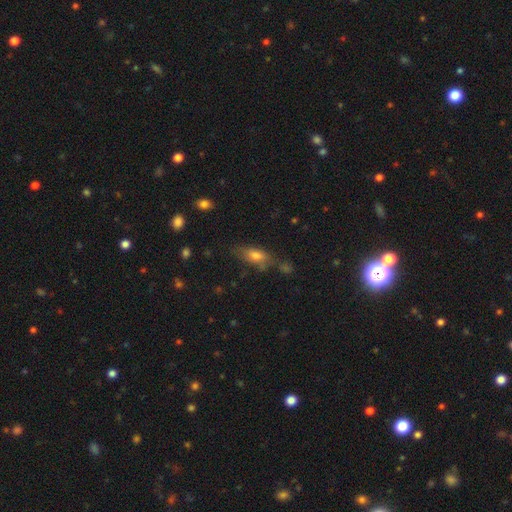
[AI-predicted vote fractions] Q: Smooth or featured?
A: smooth (72%); runner-up: featured or disk (18%)
Q: How rounded?
A: in between (80%); runner-up: cigar-shaped (15%)
Q: Merging?
A: none (60%); runner-up: minor disturbance (23%)